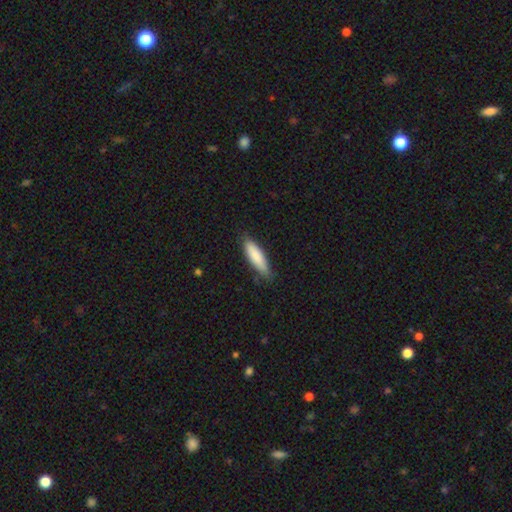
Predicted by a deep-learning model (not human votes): Overall: smooth (84%). How rounded: cigar-shaped (61%; in between 38%). Merging: none (81%).